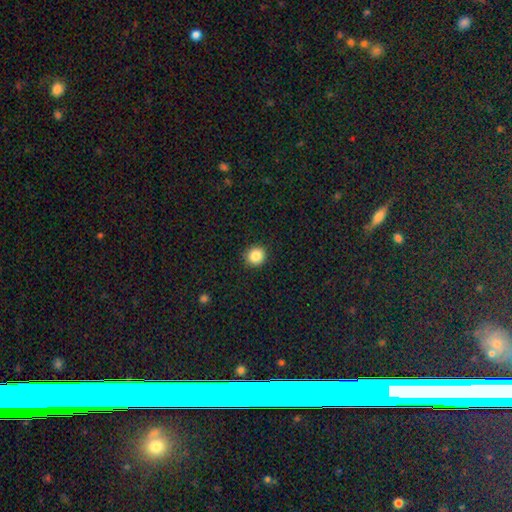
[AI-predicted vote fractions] A smooth galaxy with no disk features (86%) that is round (90%). Merging: none (92%).